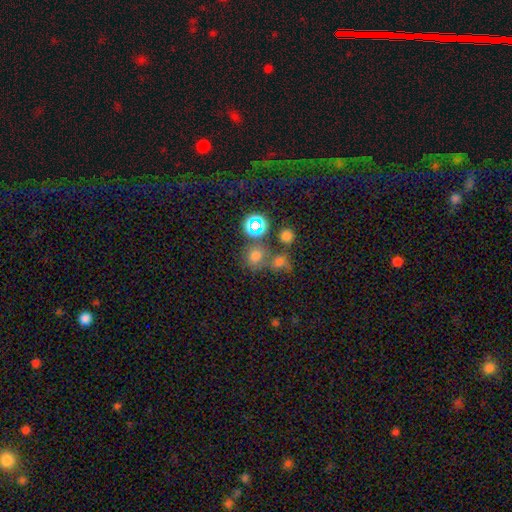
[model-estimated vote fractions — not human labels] Smooth or featured?
  - smooth: 62% *
  - star or artifact: 28%
  - featured or disk: 10%
How rounded?
  - round: 75% *
  - in between: 24%
  - cigar-shaped: 1%
Merging?
  - none: 51% *
  - merger: 31%
  - minor disturbance: 11%
  - major disturbance: 6%